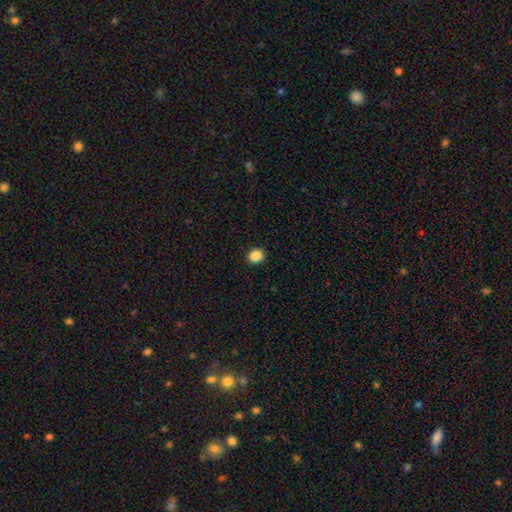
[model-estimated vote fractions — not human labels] smooth_or_featured: smooth (p=0.87) [alt: star or artifact p=0.10]
how_rounded: round (p=0.82) [alt: in between p=0.17]
merging: none (p=0.92) [alt: minor disturbance p=0.05]